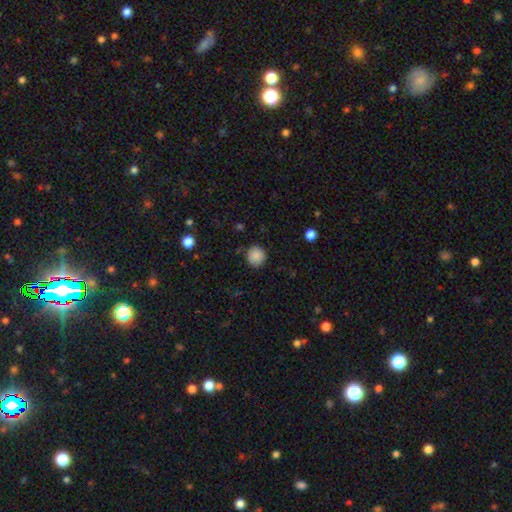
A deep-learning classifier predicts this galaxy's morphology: A smooth galaxy with no disk features (87%) that is round (91%).

Vote fractions:
- Smooth or featured? smooth: 87% / star or artifact: 9% / featured or disk: 4%
- How rounded? round: 91% / in between: 8% / cigar-shaped: 1%
- Merging? none: 87% / minor disturbance: 10% / major disturbance: 2% / merger: 1%